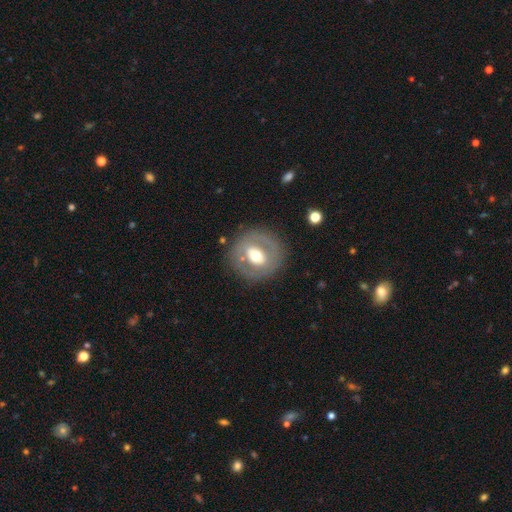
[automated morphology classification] Overall: featured or disk (53%; smooth 40%). Edge-on disk: no (93%). Merging: none (80%).